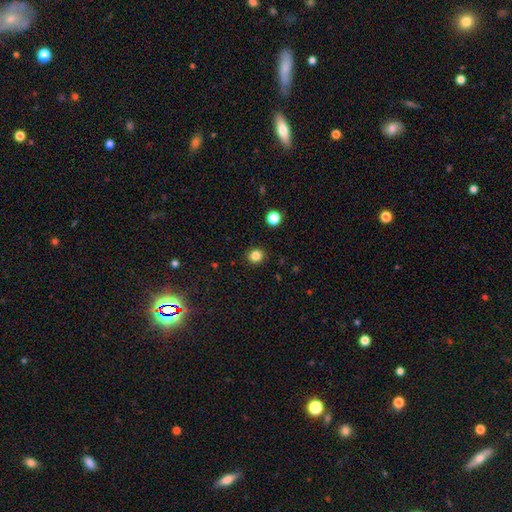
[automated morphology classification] The model was most divided on "smooth or featured": smooth: 83%, star or artifact: 13%, featured or disk: 4%. More confident: merging — none (91%); how rounded — round (89%).